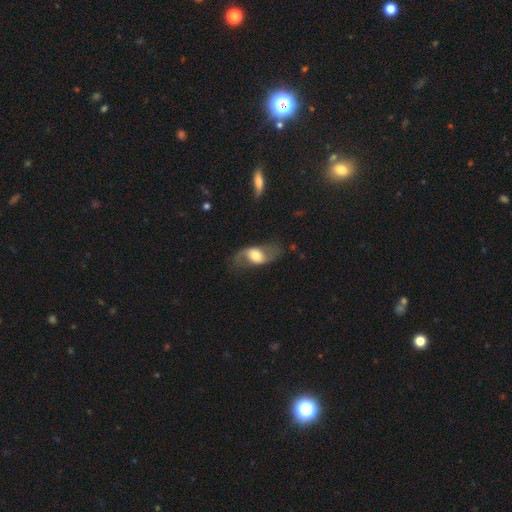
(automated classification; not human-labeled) Morphology: type=featured or disk (66%); edge-on=no (91%); bar=no (42%); spiral arms=yes (83%); winding=loose (72%); arm count=2 (89%); bulge=moderate (52%); merging=none (63%).